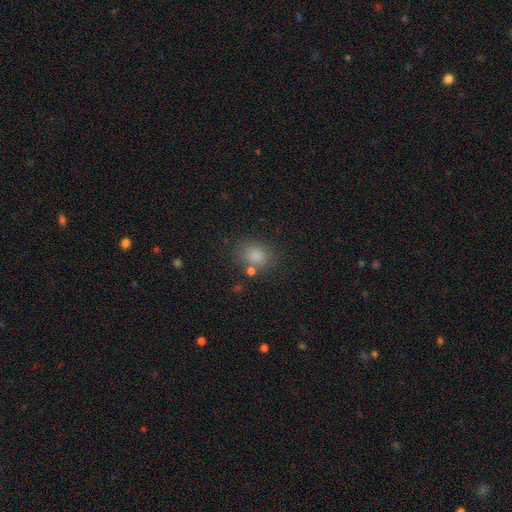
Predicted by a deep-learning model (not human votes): Overall: smooth (82%). How rounded: round (50%; in between 49%). Merging: none (72%).